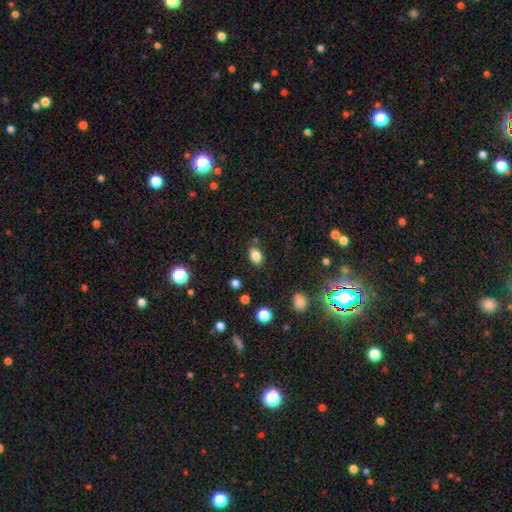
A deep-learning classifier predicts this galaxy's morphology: The model was most divided on "how rounded": in between: 76%, round: 23%, cigar-shaped: 1%. More confident: smooth or featured — smooth (83%); merging — none (81%).